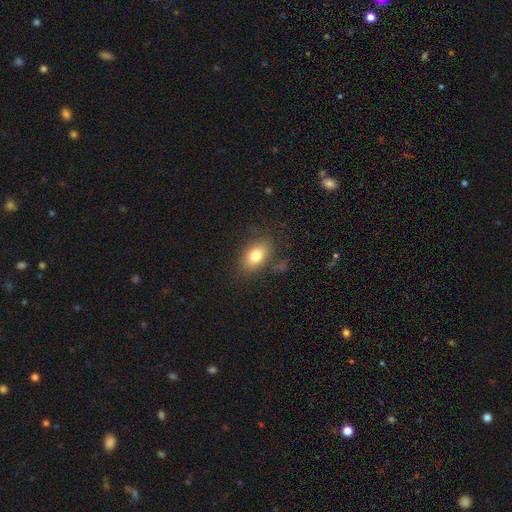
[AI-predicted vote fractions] Morphology: type=smooth (79%); roundness=in between (85%); merging=none (77%).